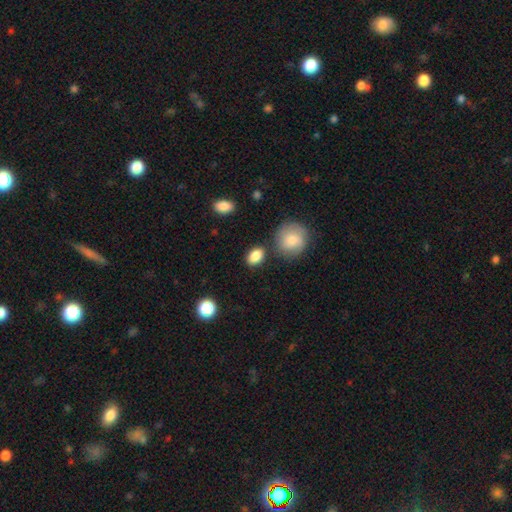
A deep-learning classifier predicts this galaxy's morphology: Smooth or featured? Predicted: smooth (p=0.87). How rounded? Predicted: in between (p=0.78). Merging? Predicted: none (p=0.79).